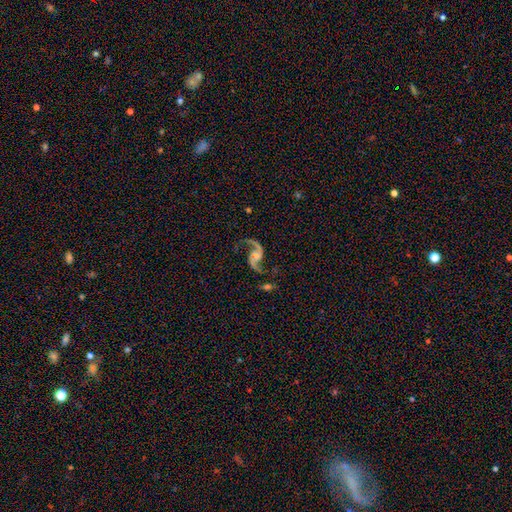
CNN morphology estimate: This is clearly a featured or disk galaxy (92%). It is clearly not viewed edge-on (98%). Bar: possibly no (56%). Spiral arm pattern: clearly yes (98%). Spiral arm count: clearly 2 (94%). Spiral winding: likely loose (76%). Central bulge: marginally none (35%). Merging: likely none (72%).